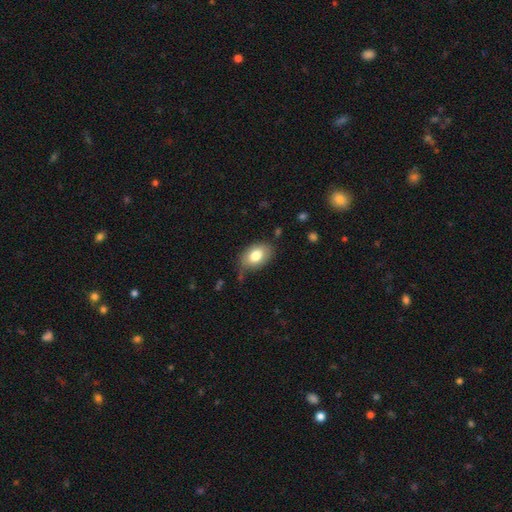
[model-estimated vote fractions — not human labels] smooth_or_featured: smooth (p=0.79) [alt: featured or disk p=0.14]
how_rounded: in between (p=0.87) [alt: round p=0.12]
merging: none (p=0.70) [alt: minor disturbance p=0.22]